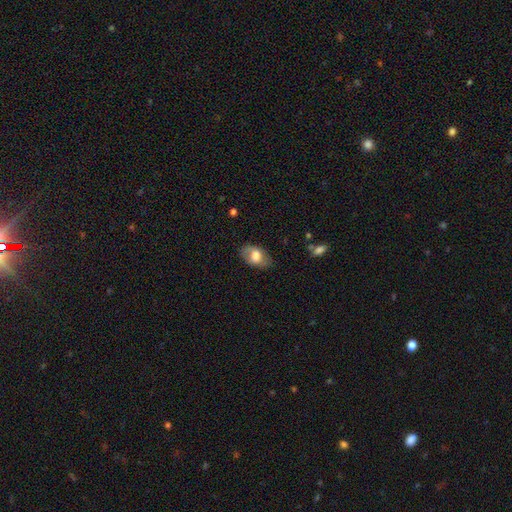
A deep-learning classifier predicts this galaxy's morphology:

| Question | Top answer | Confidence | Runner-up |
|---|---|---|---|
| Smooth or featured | smooth | 66% | featured or disk (27%) |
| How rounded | in between | 90% | round (8%) |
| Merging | none | 74% | minor disturbance (19%) |